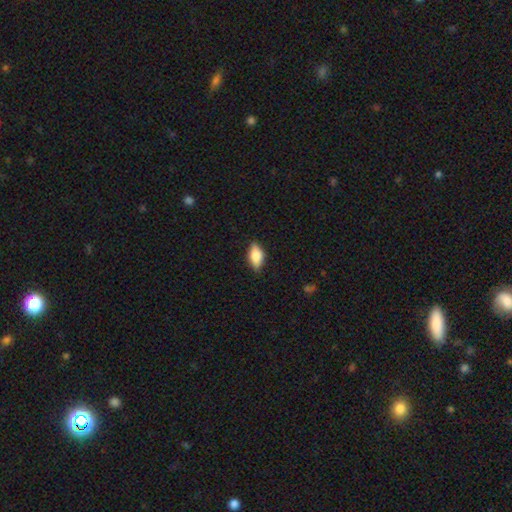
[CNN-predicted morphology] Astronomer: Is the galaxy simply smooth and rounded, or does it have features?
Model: smooth — 74%.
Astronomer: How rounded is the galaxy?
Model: in between — 86%.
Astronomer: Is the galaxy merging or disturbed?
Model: none — 84%.